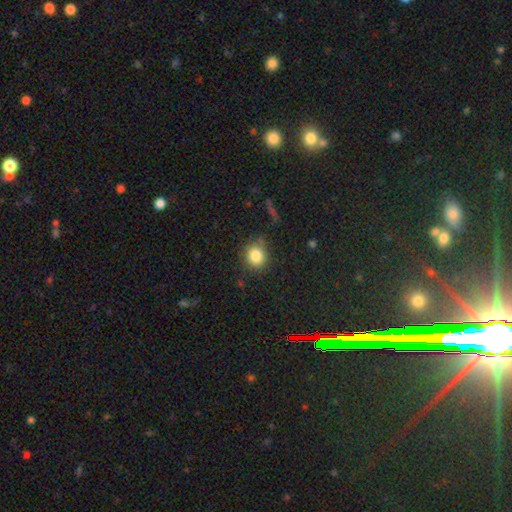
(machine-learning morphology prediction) This is clearly a smooth galaxy (84%). How rounded: likely round (78%). Merging: likely none (80%).